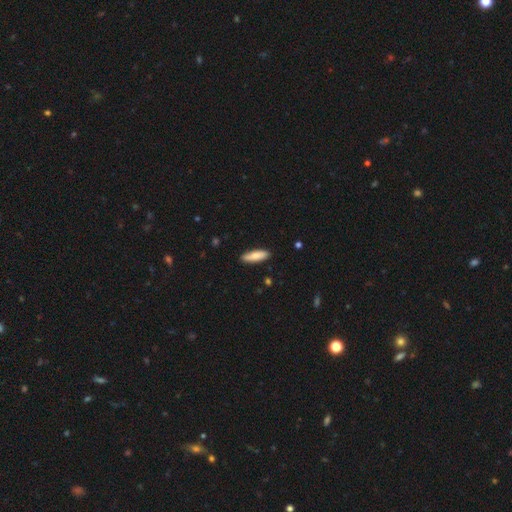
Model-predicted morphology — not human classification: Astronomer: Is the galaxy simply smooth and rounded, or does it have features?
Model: smooth — 80%.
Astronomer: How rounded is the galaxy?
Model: cigar-shaped — 55% (runner-up: in between, 43%).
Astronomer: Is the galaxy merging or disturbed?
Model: none — 88%.